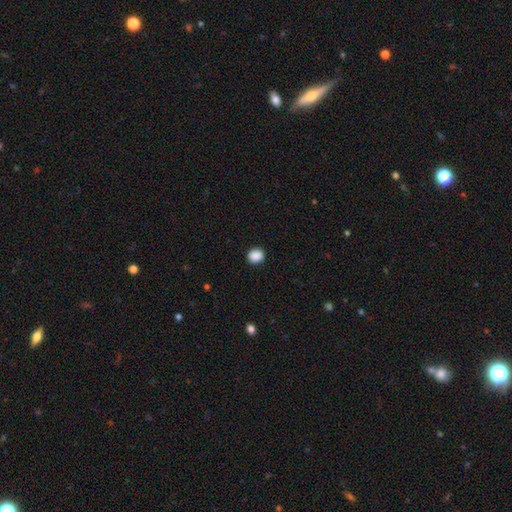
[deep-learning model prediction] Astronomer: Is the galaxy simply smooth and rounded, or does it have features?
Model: smooth — 89%.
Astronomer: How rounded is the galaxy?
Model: round — 73%.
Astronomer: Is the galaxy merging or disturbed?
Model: none — 91%.